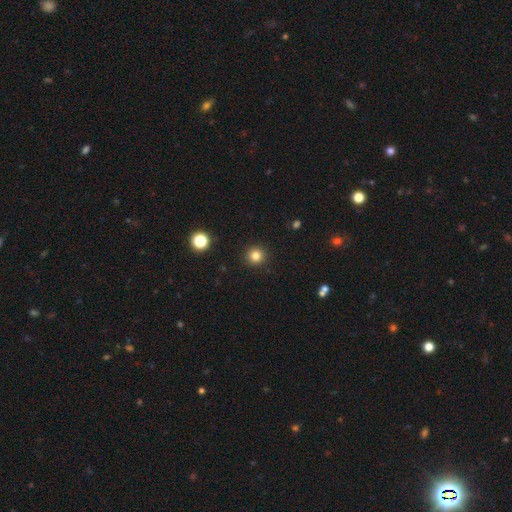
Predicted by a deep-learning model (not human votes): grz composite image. It shows a smooth galaxy with no disk features (82%) that is round (95%). Merging: none (92%).